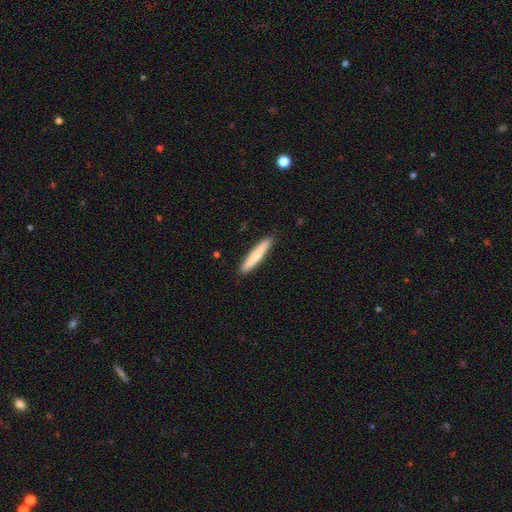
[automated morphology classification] smooth 71%, featured or disk 24%, star or artifact 5%. Down the decision tree: how rounded — cigar-shaped (93%); merging — none (90%).